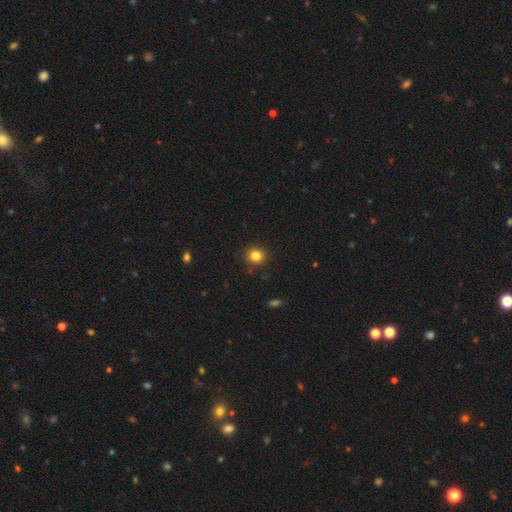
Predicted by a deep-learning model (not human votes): smooth-or-featured: smooth: 83% | star or artifact: 12% | featured or disk: 5%
  how-rounded: round: 78% | in between: 21% | cigar-shaped: 1%
  merging: none: 89% | minor disturbance: 8% | major disturbance: 2% | merger: 1%